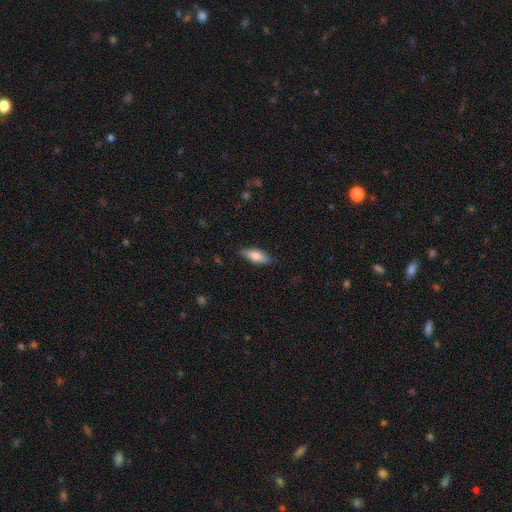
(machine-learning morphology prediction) This appears to be a smooth galaxy with no disk features (76%) that is in between round and cigar-shaped (69%). Merging: none (85%).